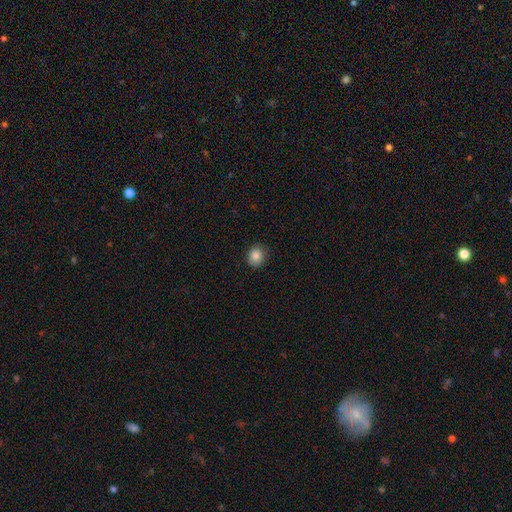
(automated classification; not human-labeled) smooth_or_featured: smooth (p=0.85) [alt: star or artifact p=0.10]
how_rounded: round (p=0.76) [alt: in between p=0.24]
merging: none (p=0.86) [alt: minor disturbance p=0.11]